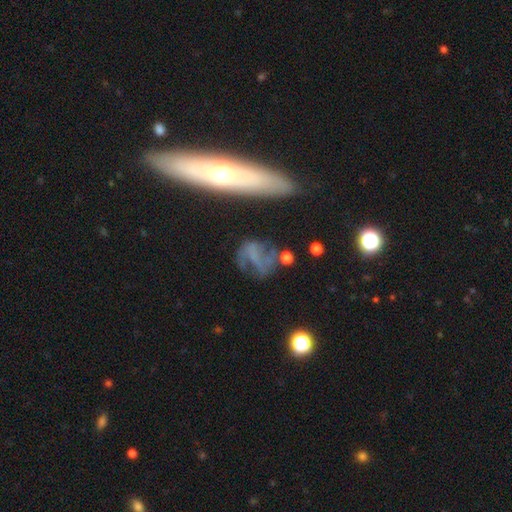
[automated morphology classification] A featured or disk galaxy (52%). Merging: none (54%).